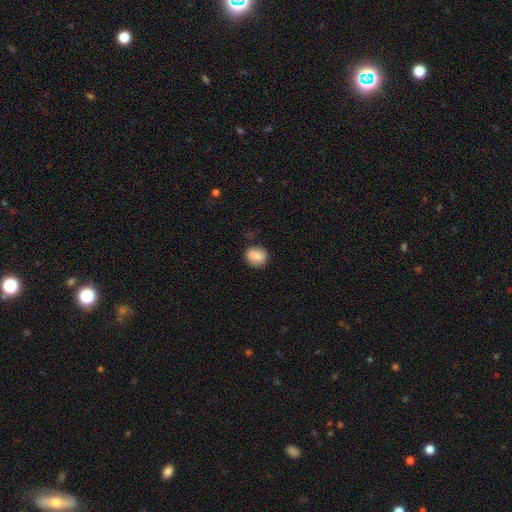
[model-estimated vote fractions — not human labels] Smooth or featured? Predicted: smooth (p=0.81). How rounded? Predicted: round (p=0.57). Merging? Predicted: none (p=0.72).